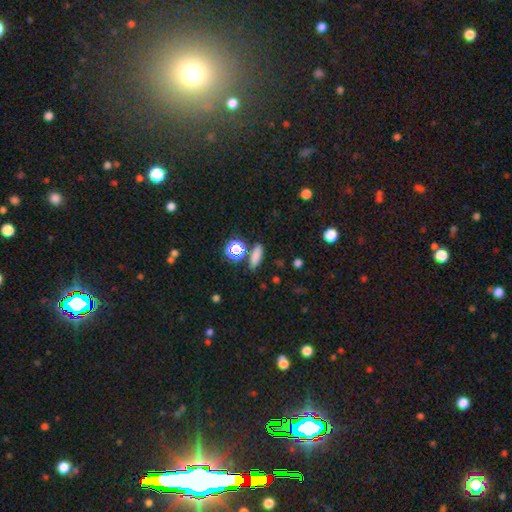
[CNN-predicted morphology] This appears to be a smooth galaxy with no disk features (77%) that is in between round and cigar-shaped (49%). Merging: none (82%).